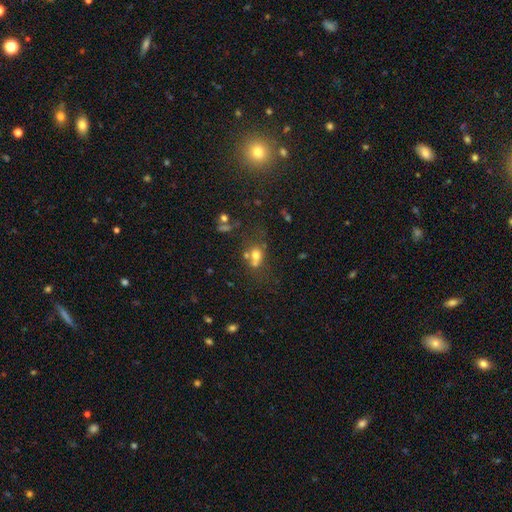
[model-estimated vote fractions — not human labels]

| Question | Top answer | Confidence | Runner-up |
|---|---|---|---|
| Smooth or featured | smooth | 62% | star or artifact (19%) |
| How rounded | round | 53% | in between (45%) |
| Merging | merger | 40% | none (39%) |